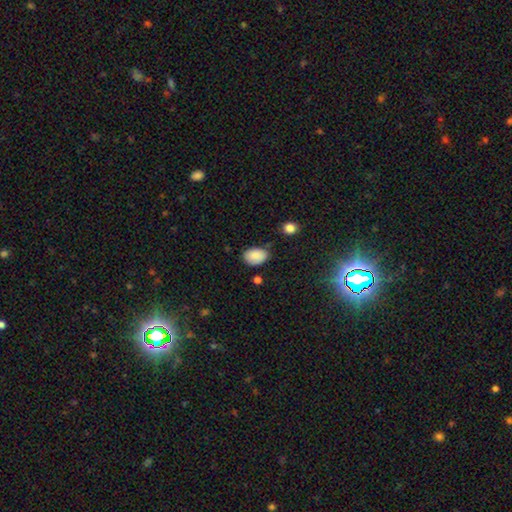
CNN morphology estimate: smooth-or-featured: smooth: 86% | star or artifact: 8% | featured or disk: 7%
  how-rounded: in between: 83% | round: 16% | cigar-shaped: 1%
  merging: none: 70% | minor disturbance: 22% | major disturbance: 4% | merger: 4%